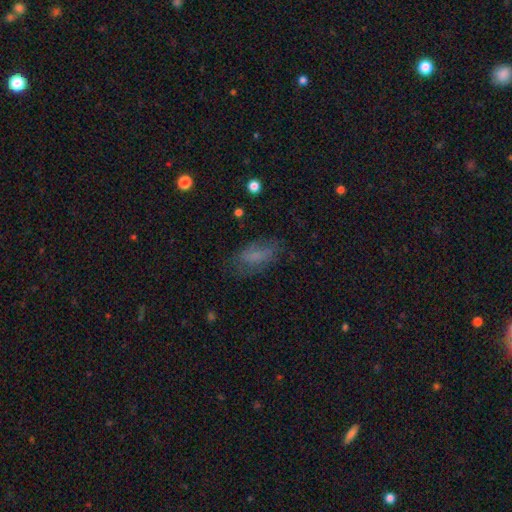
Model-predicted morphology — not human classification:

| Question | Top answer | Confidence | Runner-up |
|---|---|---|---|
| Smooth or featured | smooth | 65% | featured or disk (22%) |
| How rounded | in between | 82% | cigar-shaped (14%) |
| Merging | none | 62% | minor disturbance (22%) |